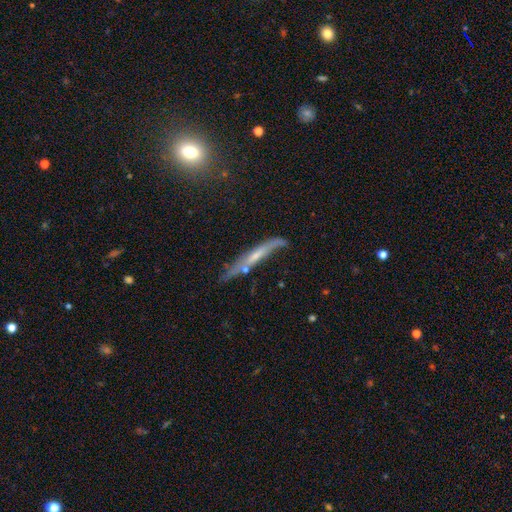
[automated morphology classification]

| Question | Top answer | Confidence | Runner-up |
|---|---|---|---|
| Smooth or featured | featured or disk | 55% | smooth (34%) |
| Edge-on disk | yes | 75% | no (25%) |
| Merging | none | 49% | minor disturbance (25%) |